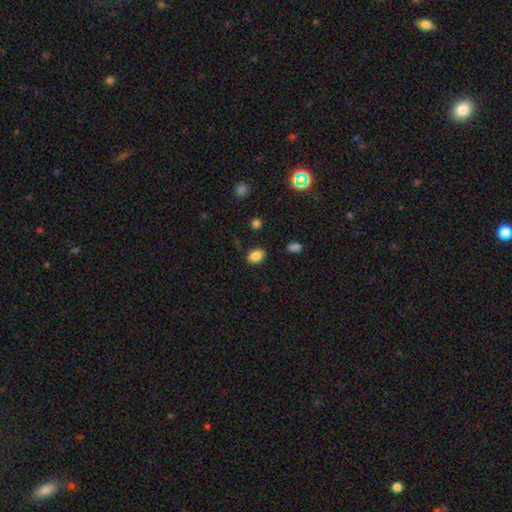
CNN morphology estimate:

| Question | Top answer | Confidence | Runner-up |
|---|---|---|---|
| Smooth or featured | smooth | 85% | star or artifact (9%) |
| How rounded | in between | 81% | round (18%) |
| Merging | none | 85% | minor disturbance (10%) |